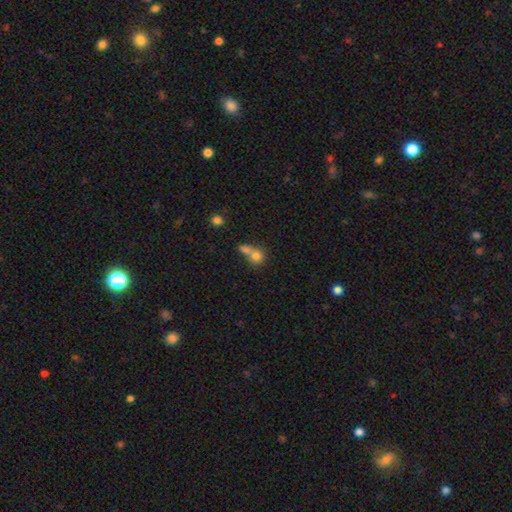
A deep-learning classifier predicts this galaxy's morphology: smooth_or_featured: smooth (p=0.76) [alt: featured or disk p=0.13]
how_rounded: round (p=0.76) [alt: in between p=0.22]
merging: merger (p=0.58) [alt: none p=0.30]